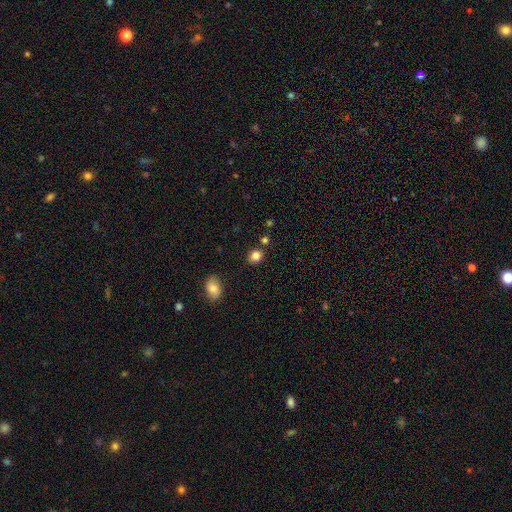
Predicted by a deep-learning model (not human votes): This appears to be a smooth galaxy with no disk features (84%) that is round (72%). Merging: none (82%).